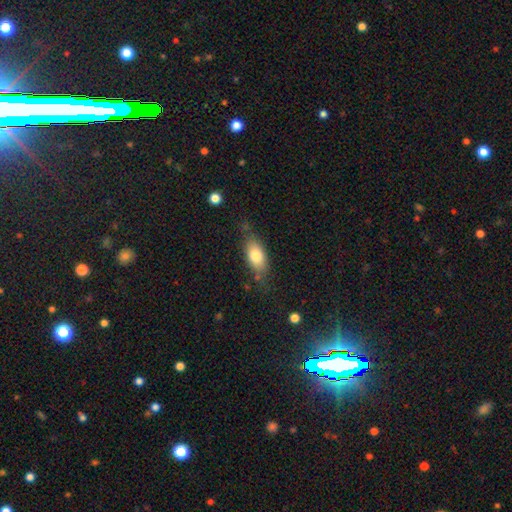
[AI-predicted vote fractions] This is likely a smooth galaxy (74%). How rounded: clearly in between (82%). Merging: likely none (67%).